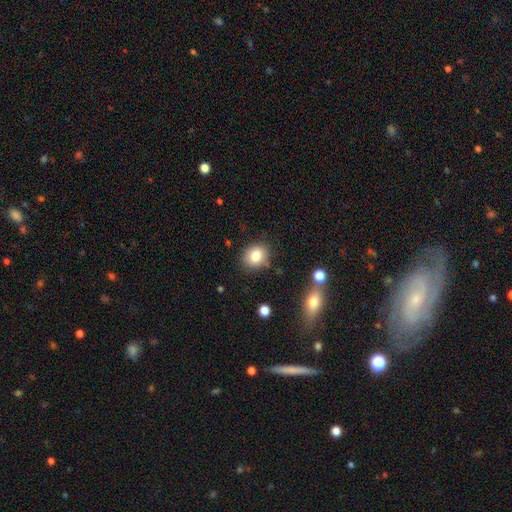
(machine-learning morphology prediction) A smooth galaxy with no disk features (81%) that is round (63%).

Vote fractions:
- Smooth or featured? smooth: 81% / star or artifact: 10% / featured or disk: 9%
- How rounded? round: 63% / in between: 36% / cigar-shaped: 1%
- Merging? none: 82% / minor disturbance: 12% / merger: 3% / major disturbance: 3%